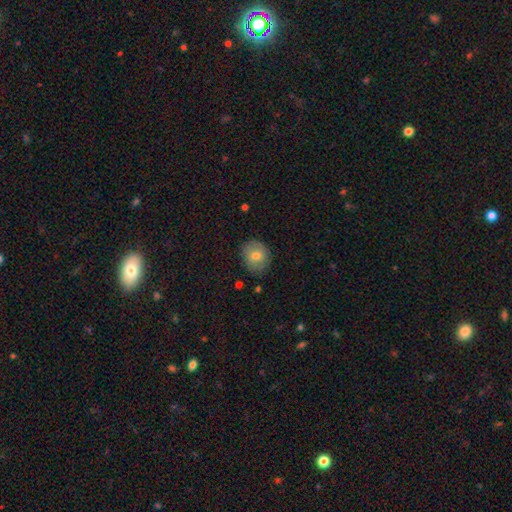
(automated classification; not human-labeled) Smooth or featured? Predicted: smooth (p=0.71). How rounded? Predicted: round (p=0.62). Merging? Predicted: none (p=0.78).